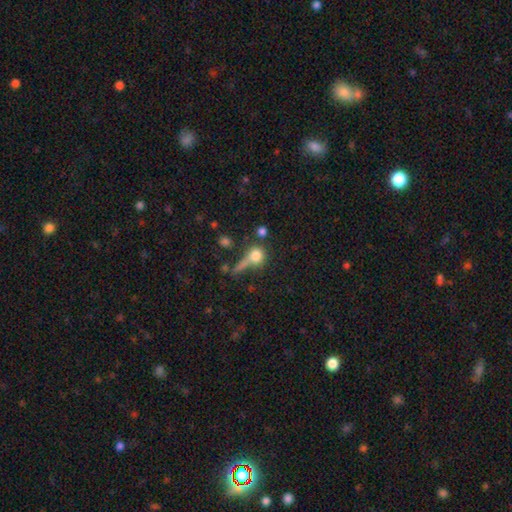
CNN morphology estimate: smooth 74%, featured or disk 14%, star or artifact 13%. Down the decision tree: how rounded — round (72%); merging — none (42%).